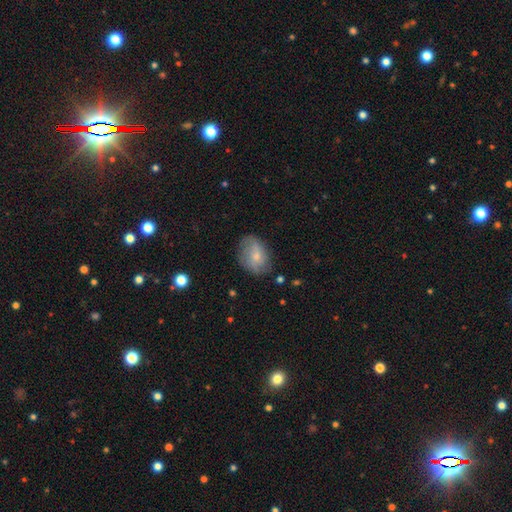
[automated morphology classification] Smooth or featured? Predicted: smooth (p=0.58). How rounded? Predicted: in between (p=0.73). Merging? Predicted: none (p=0.66).